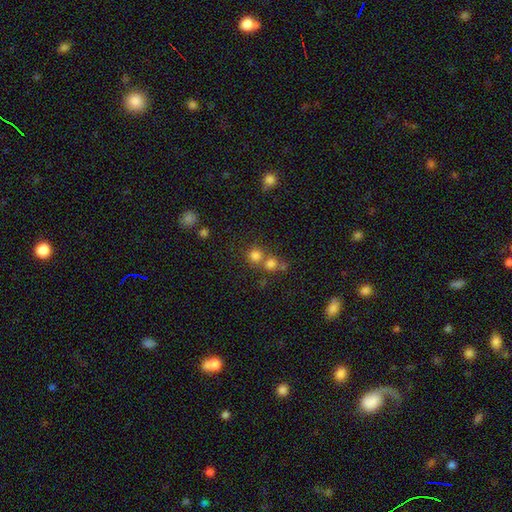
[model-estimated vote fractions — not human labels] This appears to be a smooth galaxy with no disk features (77%) that is round (90%). Merging: none (56%).